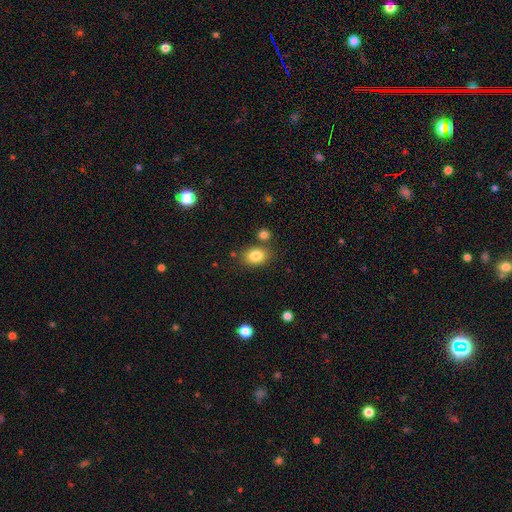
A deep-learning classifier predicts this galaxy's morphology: Smooth or featured? Predicted: smooth (p=0.83). How rounded? Predicted: in between (p=0.67). Merging? Predicted: none (p=0.76).